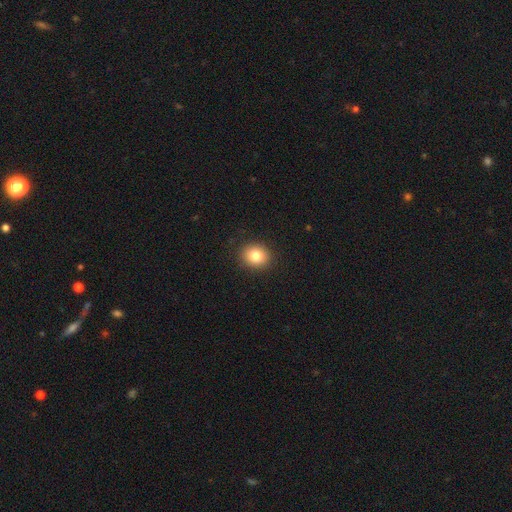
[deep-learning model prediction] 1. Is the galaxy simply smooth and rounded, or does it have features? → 82% smooth, 10% star or artifact, 8% featured or disk.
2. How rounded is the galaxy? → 71% round, 28% in between, 1% cigar-shaped.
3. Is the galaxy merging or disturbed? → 90% none, 7% minor disturbance, 2% major disturbance, 1% merger.